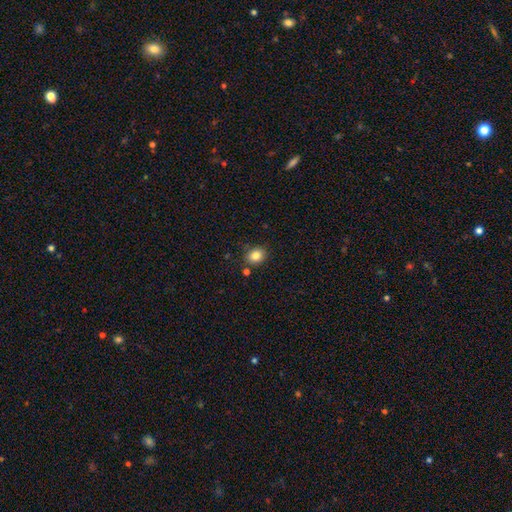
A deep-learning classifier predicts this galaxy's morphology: A smooth galaxy with no disk features (84%) that is round (63%). Merging: none (82%).